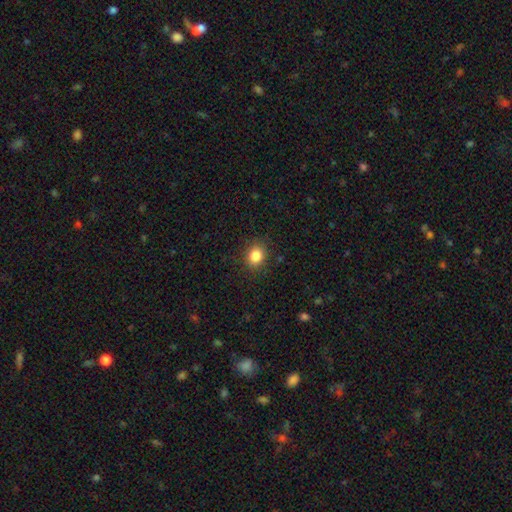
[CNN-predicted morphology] A smooth galaxy with no disk features (85%) that is round (65%).

Vote fractions:
- Smooth or featured? smooth: 85% / star or artifact: 11% / featured or disk: 5%
- How rounded? round: 65% / in between: 34% / cigar-shaped: 1%
- Merging? none: 88% / minor disturbance: 8% / major disturbance: 3% / merger: 1%